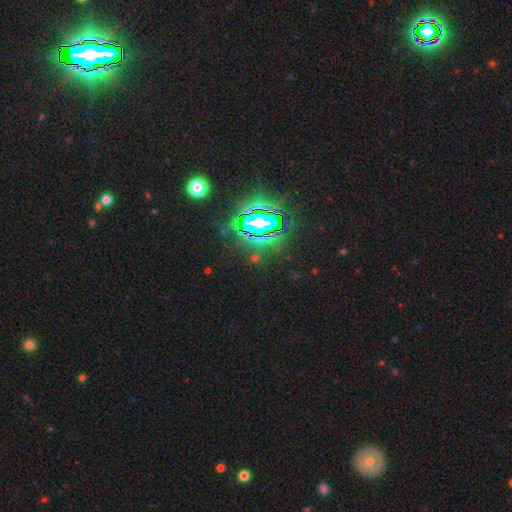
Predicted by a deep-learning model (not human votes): smooth_or_featured: star or artifact (p=0.80) [alt: smooth p=0.11]